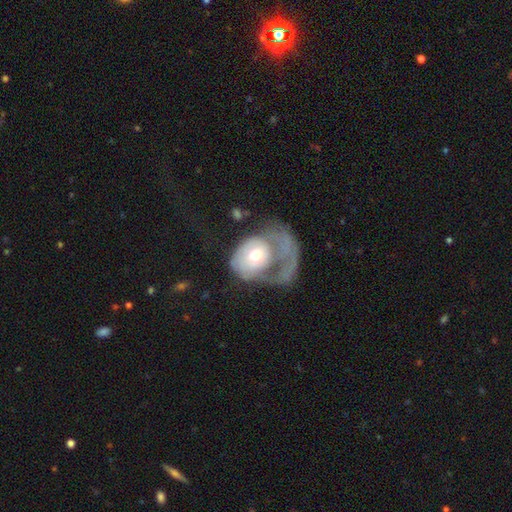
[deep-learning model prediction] Smooth or featured?
  - featured or disk: 53% *
  - smooth: 41%
  - star or artifact: 6%
Edge-on disk?
  - no: 96% *
  - yes: 4%
Bar?
  - no: 81% *
  - weak: 15%
  - strong: 4%
Spiral arms?
  - no: 58% *
  - yes: 42%
Bulge size?
  - moderate: 69% *
  - small: 18%
  - large: 11%
  - dominant: 2%
  - none: 1%
Merging?
  - major disturbance: 67% *
  - none: 13%
  - minor disturbance: 11%
  - merger: 9%